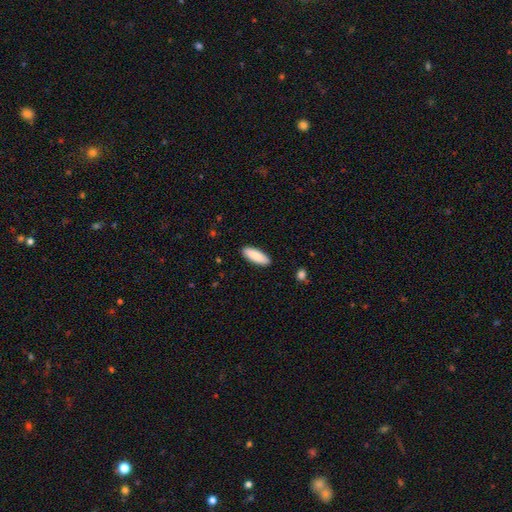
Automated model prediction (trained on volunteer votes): smooth_or_featured: smooth (p=0.87) [alt: featured or disk p=0.07]
how_rounded: in between (p=0.68) [alt: cigar-shaped p=0.30]
merging: none (p=0.90) [alt: minor disturbance p=0.08]